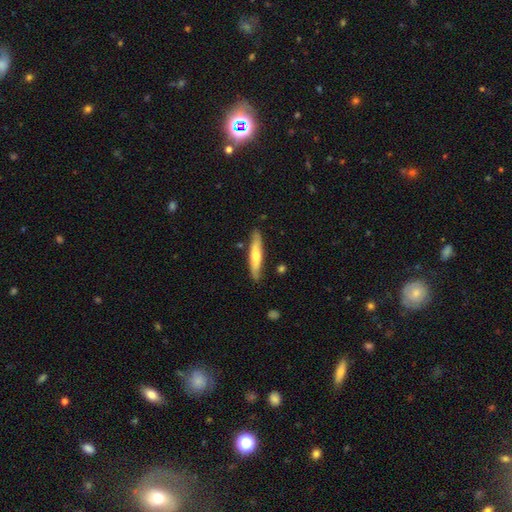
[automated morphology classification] Smooth or featured: smooth — 58% (featured or disk — 37%)
How rounded: cigar-shaped — 87% (in between — 12%)
Merging: none — 85% (minor disturbance — 11%)